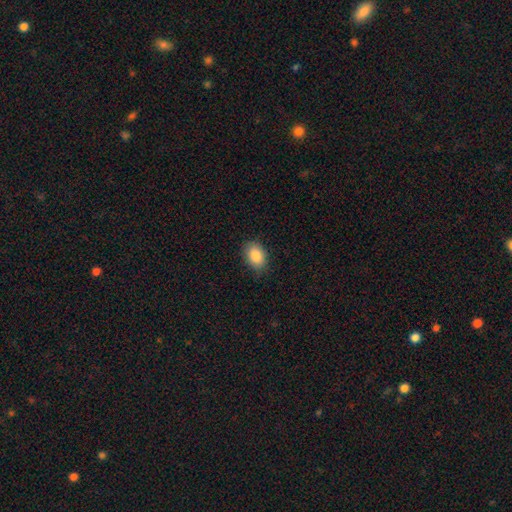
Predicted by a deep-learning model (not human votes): Morphology: type=smooth (88%); roundness=in between (86%); merging=none (86%).